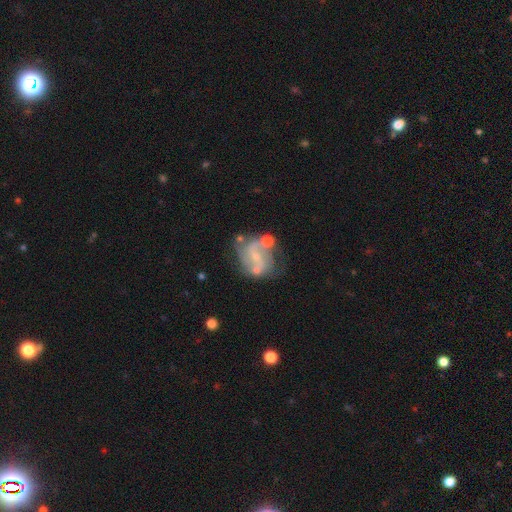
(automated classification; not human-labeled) This appears to be a featured or disk galaxy (73%) with a weak bar (44%), 2 (73%) medium (43%) spiral arms (78%) and a small central bulge (63%). Merging: none (44%).